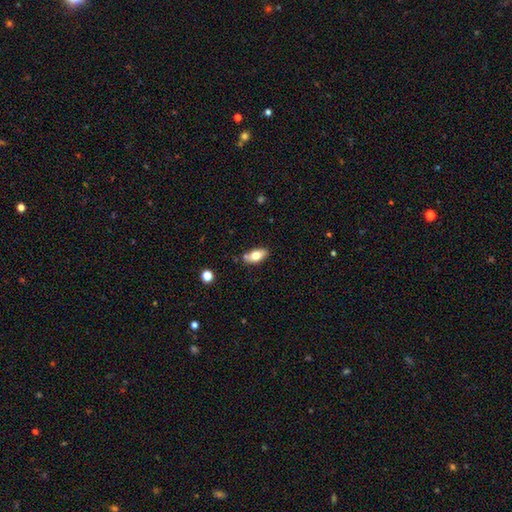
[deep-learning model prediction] A smooth galaxy with no disk features (73%) that is in between round and cigar-shaped (88%). Merging: none (75%).